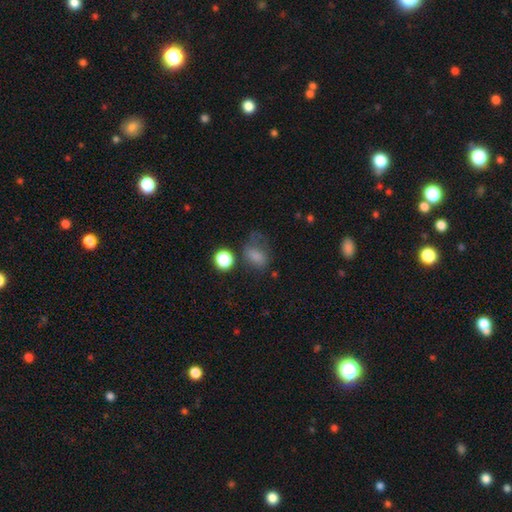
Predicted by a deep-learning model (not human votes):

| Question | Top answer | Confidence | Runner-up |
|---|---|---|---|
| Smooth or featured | smooth | 74% | star or artifact (14%) |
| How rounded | in between | 69% | round (29%) |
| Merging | none | 36% | major disturbance (30%) |